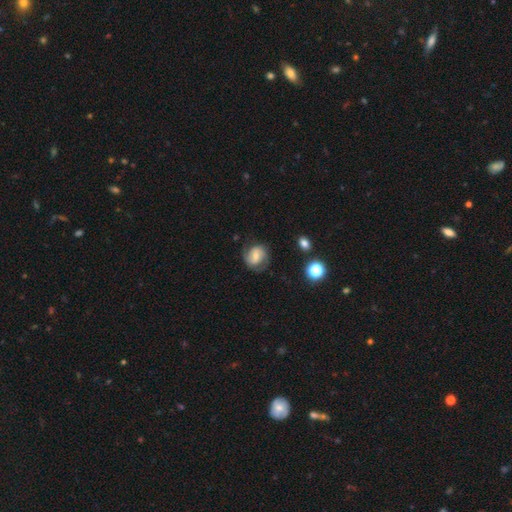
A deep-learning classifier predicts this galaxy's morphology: Q: Smooth or featured?
A: featured or disk (58%); runner-up: smooth (34%)
Q: Edge-on disk?
A: no (97%); runner-up: yes (3%)
Q: Bar?
A: weak (44%); runner-up: no (34%)
Q: Spiral arms?
A: yes (86%); runner-up: no (14%)
Q: Bulge size?
A: small (46%); runner-up: moderate (44%)
Q: Merging?
A: none (70%); runner-up: minor disturbance (19%)